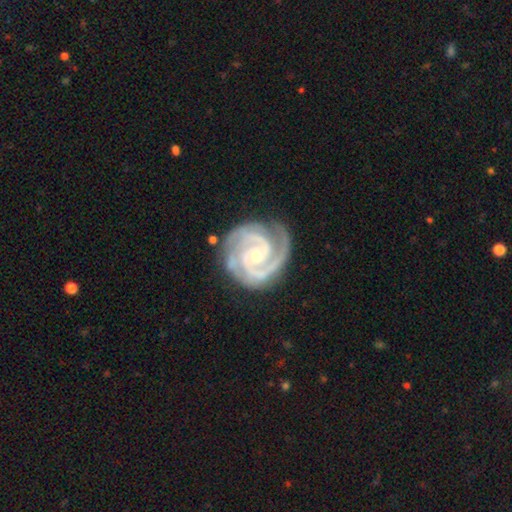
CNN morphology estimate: Q: Smooth or featured?
A: featured or disk (94%); runner-up: star or artifact (4%)
Q: Edge-on disk?
A: no (98%); runner-up: yes (2%)
Q: Bar?
A: no (59%); runner-up: weak (29%)
Q: Spiral arms?
A: yes (99%); runner-up: no (1%)
Q: Spiral winding?
A: tight (70%); runner-up: medium (28%)
Q: Spiral arm count?
A: 2 (50%); runner-up: 3 (35%)
Q: Bulge size?
A: small (61%); runner-up: moderate (36%)
Q: Merging?
A: none (79%); runner-up: minor disturbance (15%)